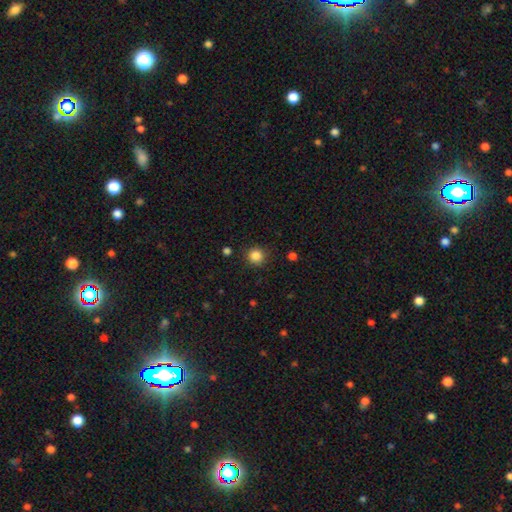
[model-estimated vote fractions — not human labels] smooth-or-featured: smooth: 85% | star or artifact: 11% | featured or disk: 4%
  how-rounded: round: 93% | in between: 6% | cigar-shaped: 1%
  merging: none: 88% | minor disturbance: 8% | major disturbance: 3% | merger: 2%